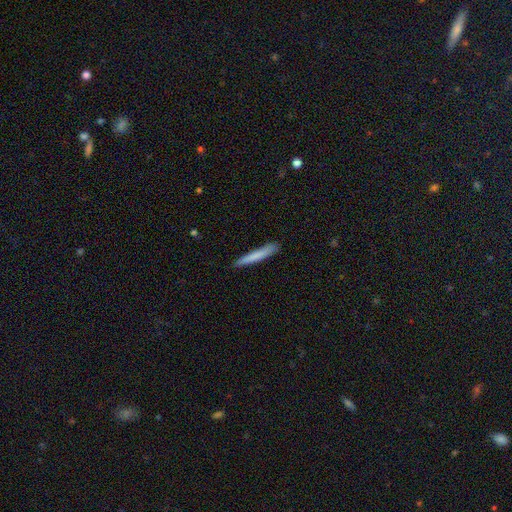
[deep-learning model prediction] Overall: smooth (75%). How rounded: cigar-shaped (96%). Merging: none (86%).